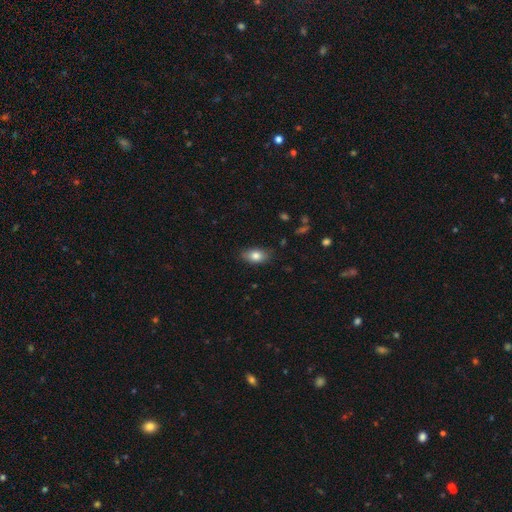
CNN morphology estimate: type=smooth (81%); roundness=in between (88%); merging=none (82%).